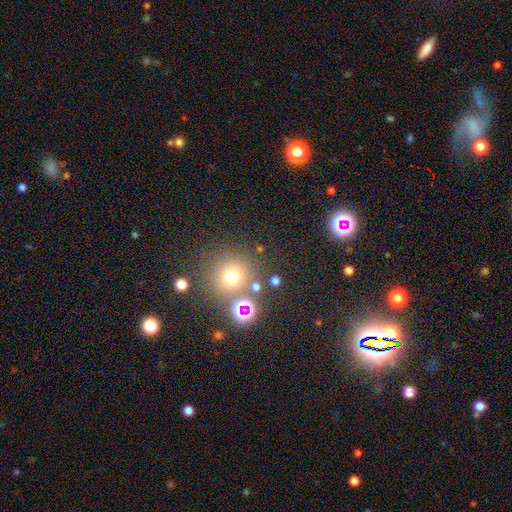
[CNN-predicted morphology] Smooth or featured? star or artifact (50%)